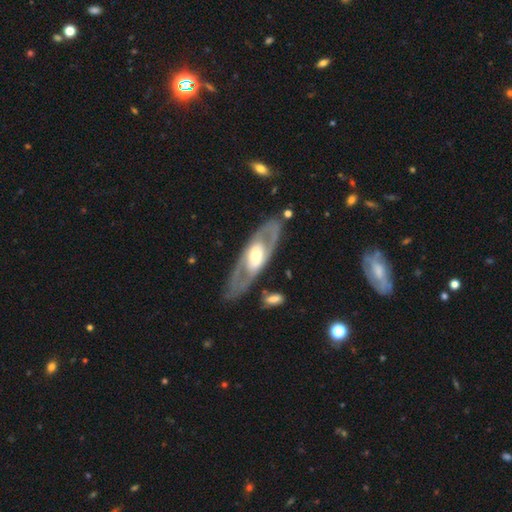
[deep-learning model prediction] Smooth or featured? featured or disk (76%)
Edge-on disk? no (82%)
Bar? no (60%)
Spiral arms? no (50%, tied with yes)
Bulge size? moderate (64%)
Merging? none (78%)